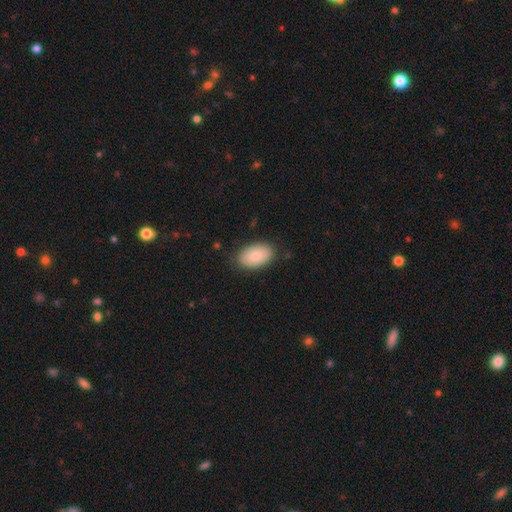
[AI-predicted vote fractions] Smooth or featured? Predicted: smooth (p=0.85). How rounded? Predicted: in between (p=0.93). Merging? Predicted: none (p=0.84).